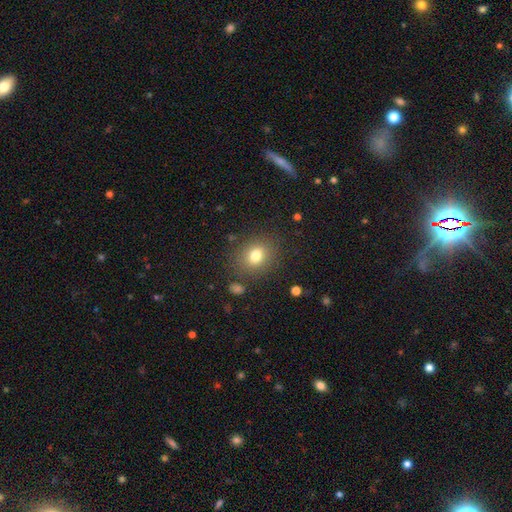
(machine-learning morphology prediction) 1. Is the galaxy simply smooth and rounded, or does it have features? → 77% smooth, 12% star or artifact, 11% featured or disk.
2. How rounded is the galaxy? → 54% round, 45% in between, 1% cigar-shaped.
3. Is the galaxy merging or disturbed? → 82% none, 11% minor disturbance, 4% major disturbance, 3% merger.